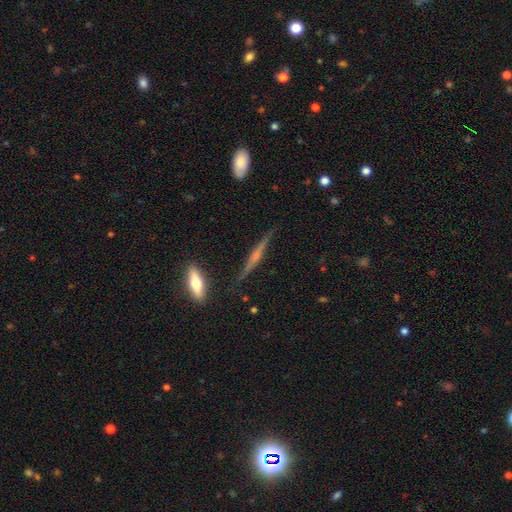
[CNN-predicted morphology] Overall: featured or disk (76%). Edge-on disk: yes (96%). Edge-on bulge: rounded (76%). Merging: none (82%).